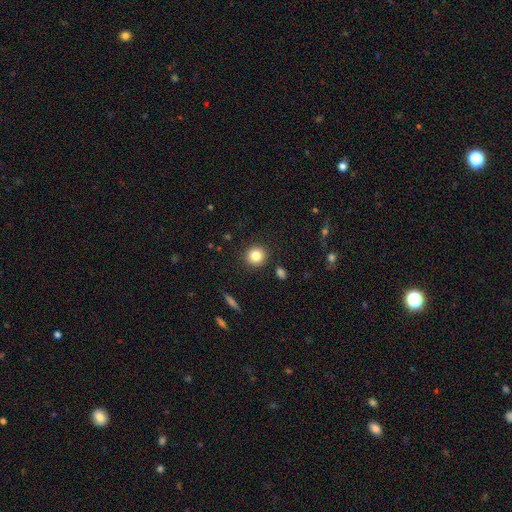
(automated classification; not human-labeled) smooth 83%, star or artifact 10%, featured or disk 7%. Down the decision tree: how rounded — round (91%); merging — none (90%).